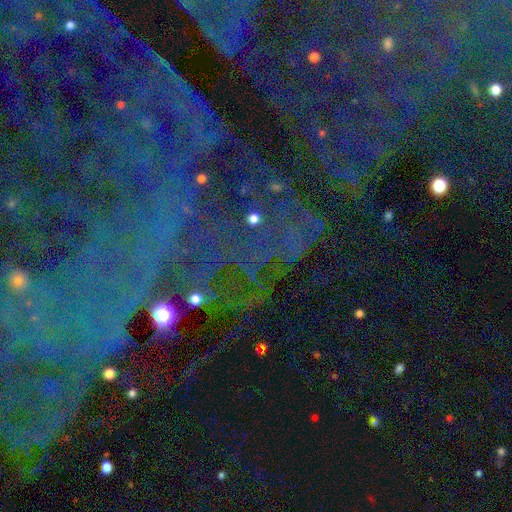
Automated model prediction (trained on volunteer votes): Morphology: type=star or artifact (82%).